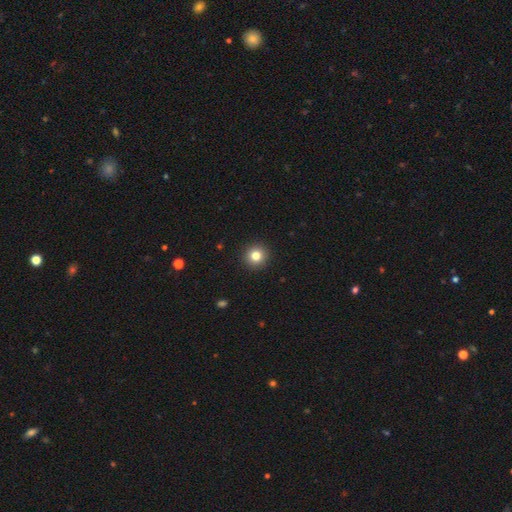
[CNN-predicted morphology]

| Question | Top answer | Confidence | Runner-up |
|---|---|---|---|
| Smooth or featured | smooth | 81% | star or artifact (12%) |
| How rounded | round | 94% | in between (5%) |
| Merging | none | 93% | minor disturbance (5%) |